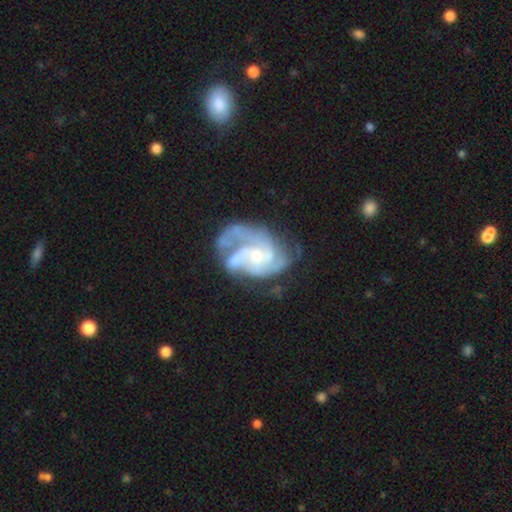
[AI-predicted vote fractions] A featured or disk galaxy (85%) with no bar (62%), 3 (34%) medium (44%) spiral arms (92%) and a small central bulge (44%). Merging: none (41%).